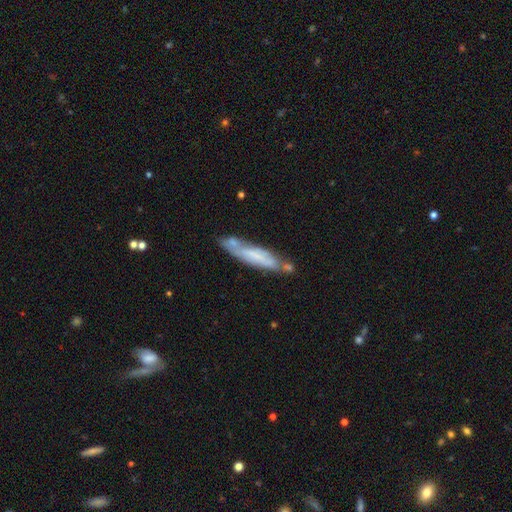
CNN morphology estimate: Q: Smooth or featured?
A: featured or disk (49%); runner-up: smooth (44%)
Q: Merging?
A: none (57%); runner-up: minor disturbance (21%)